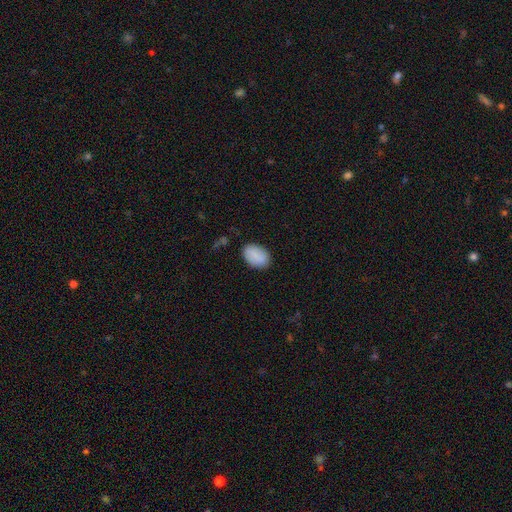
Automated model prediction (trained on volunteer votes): Smooth or featured? smooth (87%)
How rounded? in between (86%)
Merging? none (85%)